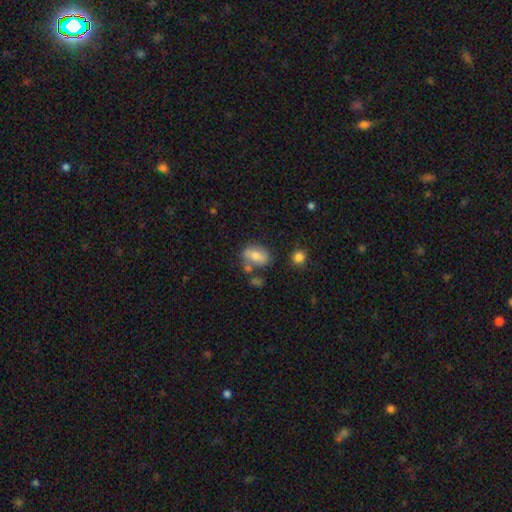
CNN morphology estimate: This appears to be a smooth galaxy with no disk features (66%) that is in between round and cigar-shaped (80%). Merging: none (64%).